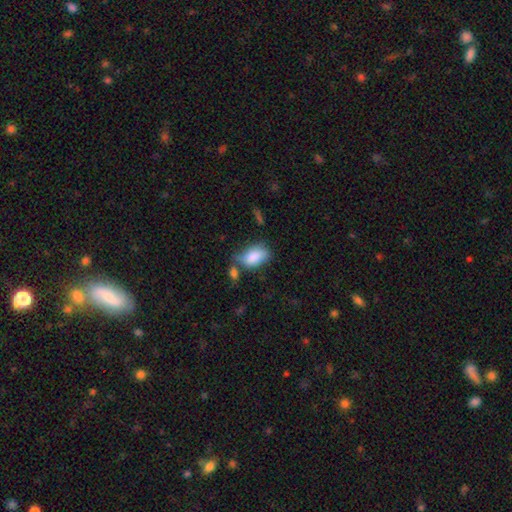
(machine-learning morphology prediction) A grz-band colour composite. It shows a smooth galaxy with no disk features (84%) that is in between round and cigar-shaped (91%). Merging: none (44%).